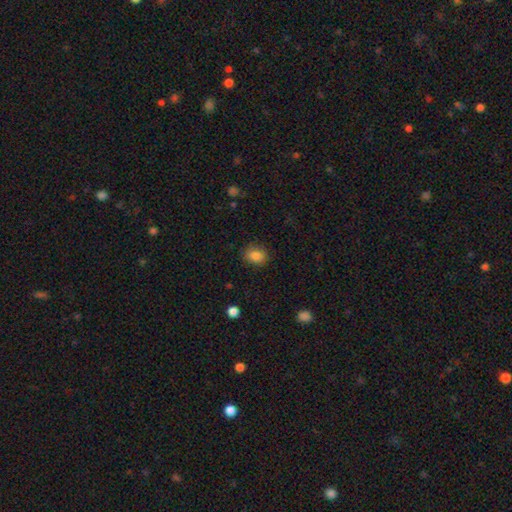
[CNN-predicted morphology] Smooth or featured? smooth (84%)
How rounded? round (60%)
Merging? none (82%)